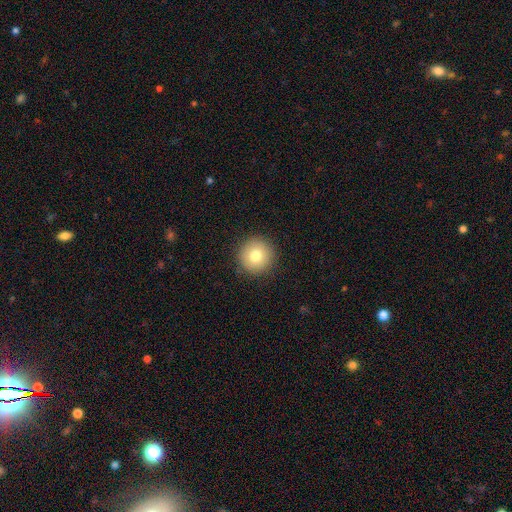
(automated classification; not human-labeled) Smooth or featured? Predicted: smooth (p=0.78). How rounded? Predicted: round (p=0.96). Merging? Predicted: none (p=0.91).